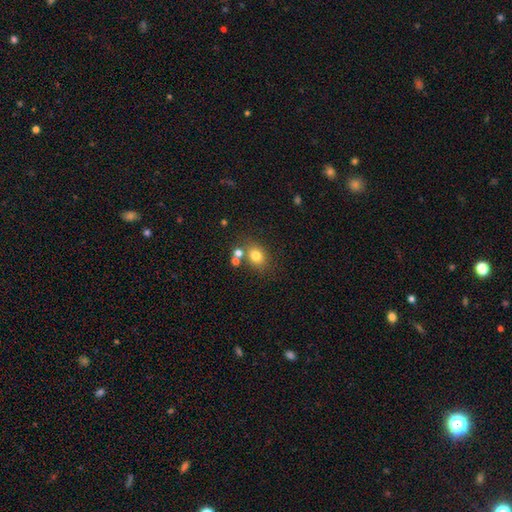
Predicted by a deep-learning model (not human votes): Smooth or featured? Predicted: smooth (p=0.77). How rounded? Predicted: round (p=0.51). Merging? Predicted: none (p=0.67).